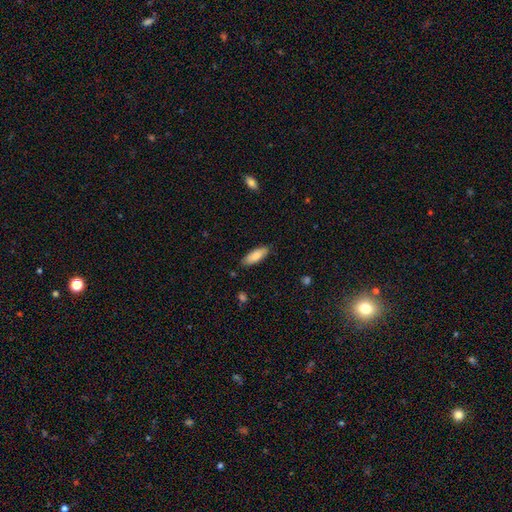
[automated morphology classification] This is clearly a smooth galaxy (83%). How rounded: likely in between (65%). Merging: clearly none (85%).